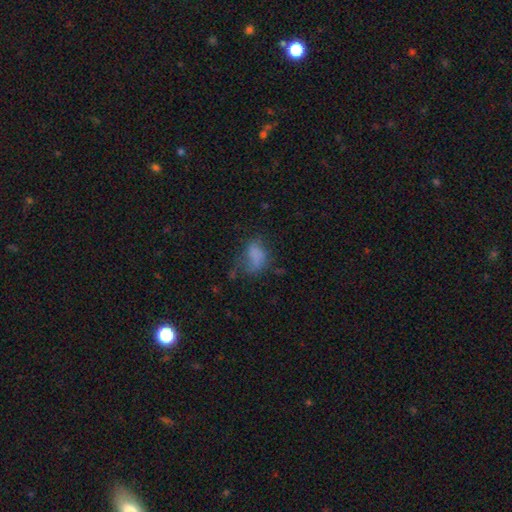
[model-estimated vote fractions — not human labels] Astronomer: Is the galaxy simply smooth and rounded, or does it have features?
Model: smooth — 68%.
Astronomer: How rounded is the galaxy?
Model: in between — 83%.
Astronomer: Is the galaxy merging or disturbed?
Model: major disturbance — 37% (runner-up: none, 32%).